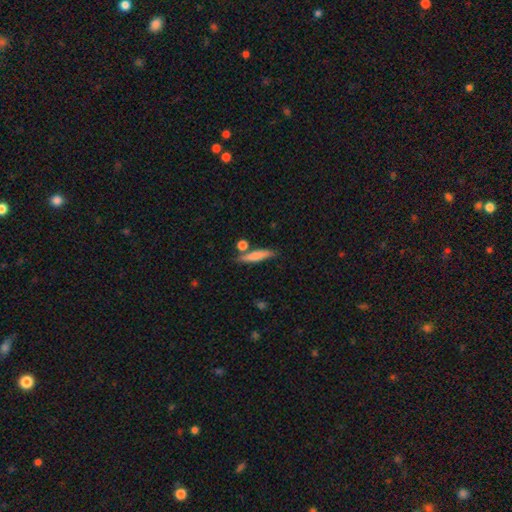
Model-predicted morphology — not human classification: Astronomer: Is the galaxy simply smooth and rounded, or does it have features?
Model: smooth — 74%.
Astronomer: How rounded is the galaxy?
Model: cigar-shaped — 79%.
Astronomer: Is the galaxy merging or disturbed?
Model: none — 70%.